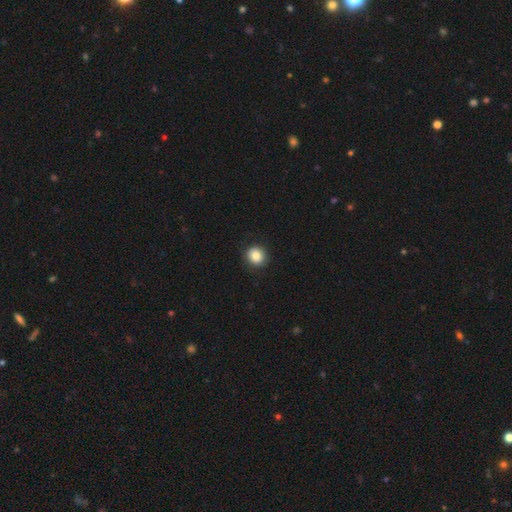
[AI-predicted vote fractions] Q: Smooth or featured?
A: smooth (86%); runner-up: star or artifact (9%)
Q: How rounded?
A: round (82%); runner-up: in between (17%)
Q: Merging?
A: none (89%); runner-up: minor disturbance (8%)